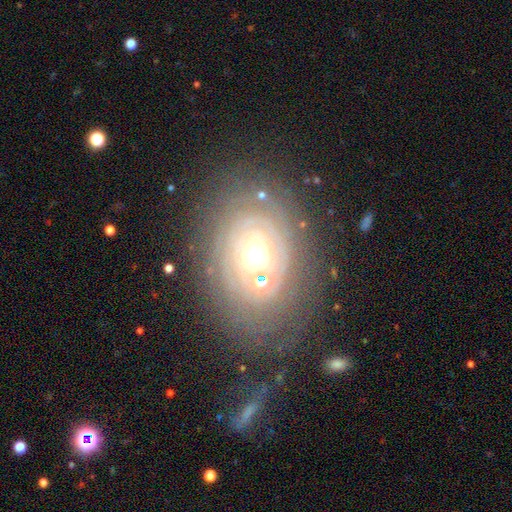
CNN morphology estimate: Overall: featured or disk (70%). Edge-on disk: no (95%). Bar: no (84%). Spiral arms: yes (62%; no 38%). Bulge size: moderate (61%; large 21%). Merging: none (63%).